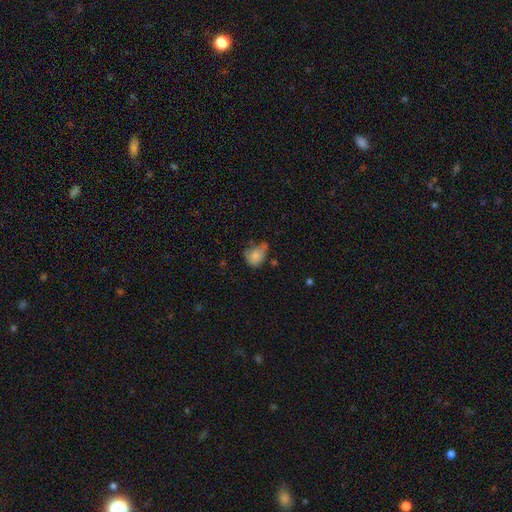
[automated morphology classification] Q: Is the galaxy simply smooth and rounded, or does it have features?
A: smooth — 77%.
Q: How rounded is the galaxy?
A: in between — 57%.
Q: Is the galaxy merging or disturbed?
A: minor disturbance — 39%.